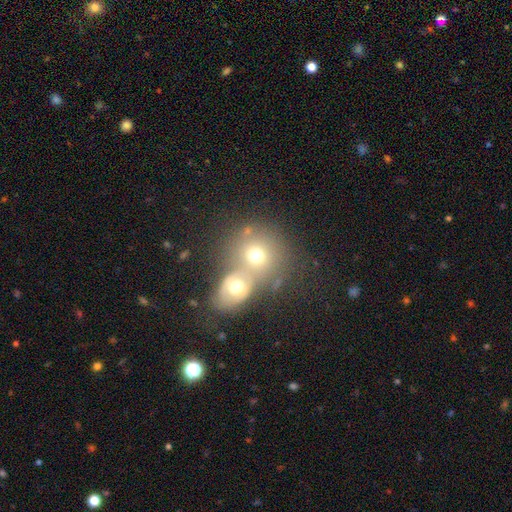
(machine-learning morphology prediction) A smooth galaxy with no disk features (65%) that is round (75%).

Vote fractions:
- Smooth or featured? smooth: 65% / featured or disk: 24% / star or artifact: 12%
- How rounded? round: 75% / in between: 24% / cigar-shaped: 1%
- Merging? merger: 54% / none: 33% / minor disturbance: 8% / major disturbance: 5%